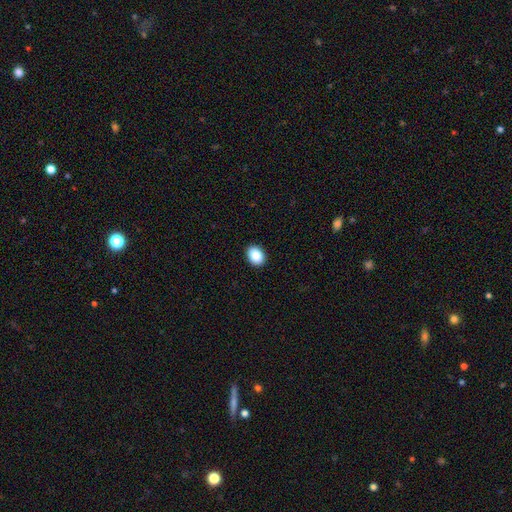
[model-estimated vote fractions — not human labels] Smooth or featured? Predicted: smooth (p=0.88). How rounded? Predicted: in between (p=0.69). Merging? Predicted: none (p=0.91).